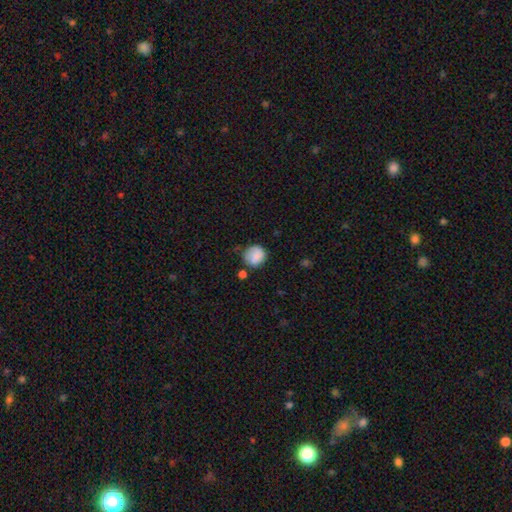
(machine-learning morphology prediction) A smooth galaxy with no disk features (84%) that is round (82%). Merging: none (66%).